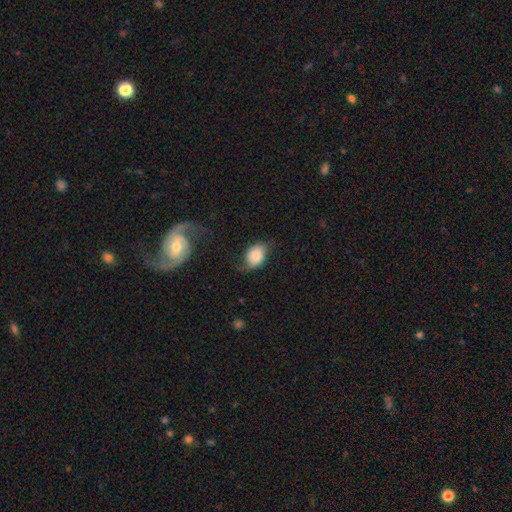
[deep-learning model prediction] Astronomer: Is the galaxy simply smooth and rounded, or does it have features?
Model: smooth — 78%.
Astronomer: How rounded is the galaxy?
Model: in between — 74%.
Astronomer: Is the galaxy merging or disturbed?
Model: none — 53% (runner-up: minor disturbance, 30%).